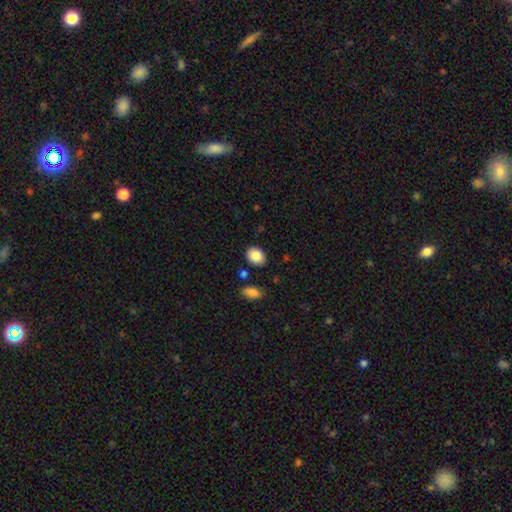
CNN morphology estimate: This is clearly a smooth galaxy (87%). How rounded: likely in between (68%). Merging: clearly none (85%).